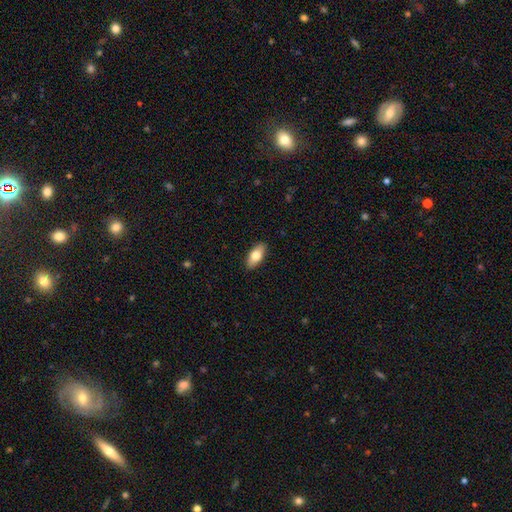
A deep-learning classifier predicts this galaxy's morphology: type=smooth (75%); roundness=in between (87%); merging=none (89%).